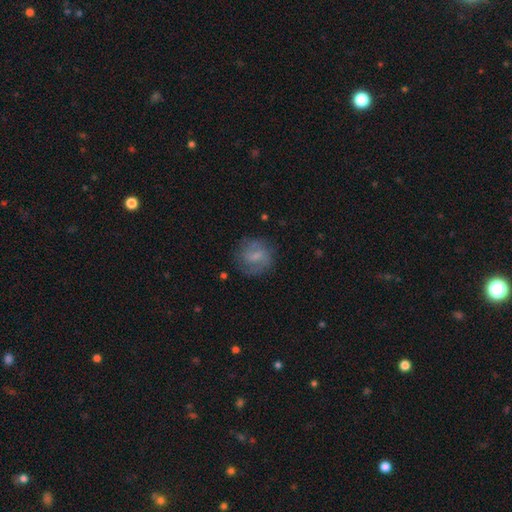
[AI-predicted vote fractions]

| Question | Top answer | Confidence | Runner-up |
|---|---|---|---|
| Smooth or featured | featured or disk | 48% | smooth (44%) |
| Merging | none | 74% | minor disturbance (16%) |